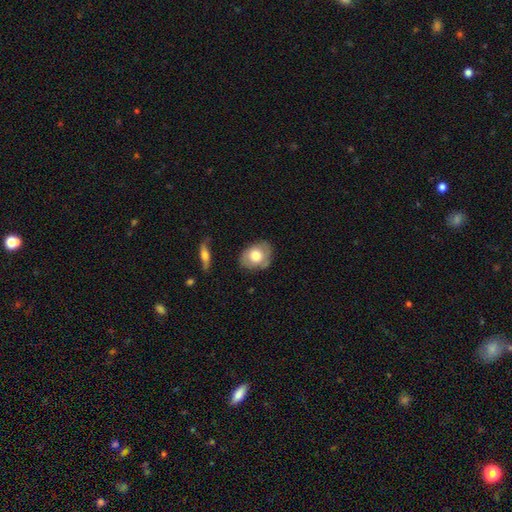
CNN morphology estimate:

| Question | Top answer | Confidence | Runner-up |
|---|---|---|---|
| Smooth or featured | smooth | 66% | featured or disk (27%) |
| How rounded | in between | 63% | round (36%) |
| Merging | none | 69% | minor disturbance (23%) |